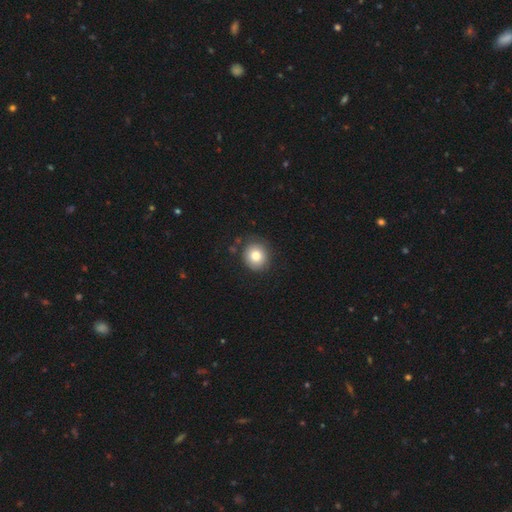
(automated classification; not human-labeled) smooth_or_featured: smooth (p=0.80) [alt: featured or disk p=0.11]
how_rounded: round (p=0.86) [alt: in between p=0.14]
merging: none (p=0.83) [alt: minor disturbance p=0.11]